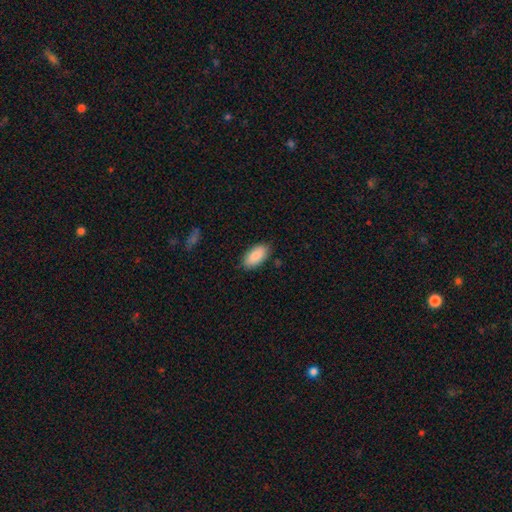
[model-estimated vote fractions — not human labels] Smooth or featured?
  - smooth: 89% *
  - star or artifact: 6%
  - featured or disk: 5%
How rounded?
  - in between: 92% *
  - cigar-shaped: 6%
  - round: 2%
Merging?
  - none: 85% *
  - minor disturbance: 11%
  - major disturbance: 2%
  - merger: 1%